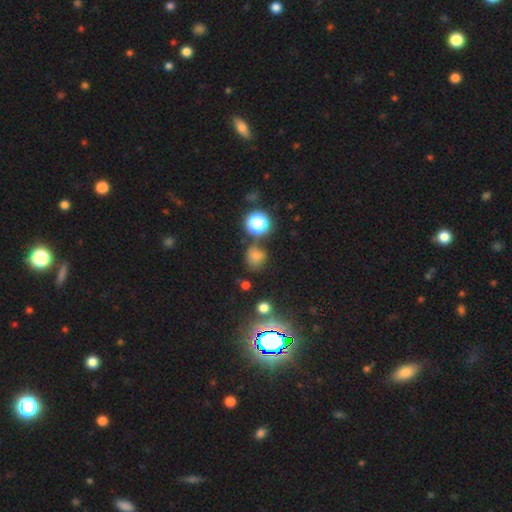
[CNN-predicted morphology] Smooth or featured? Predicted: smooth (p=0.67). How rounded? Predicted: round (p=0.77). Merging? Predicted: none (p=0.65).